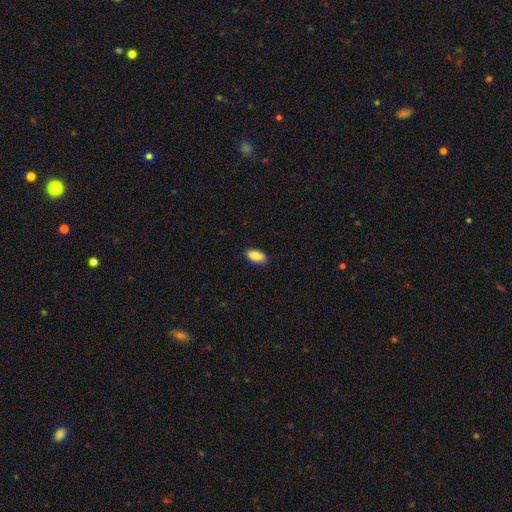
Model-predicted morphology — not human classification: Smooth or featured? Predicted: smooth (p=0.90). How rounded? Predicted: in between (p=0.92). Merging? Predicted: none (p=0.87).